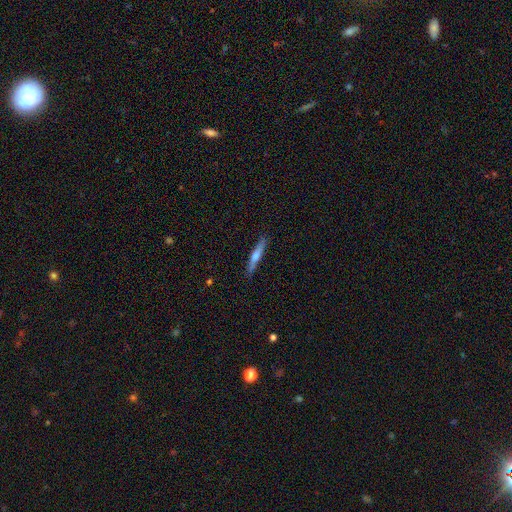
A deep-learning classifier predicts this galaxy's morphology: Overall: smooth (51%; featured or disk 43%). How rounded: cigar-shaped (93%). Merging: none (88%).